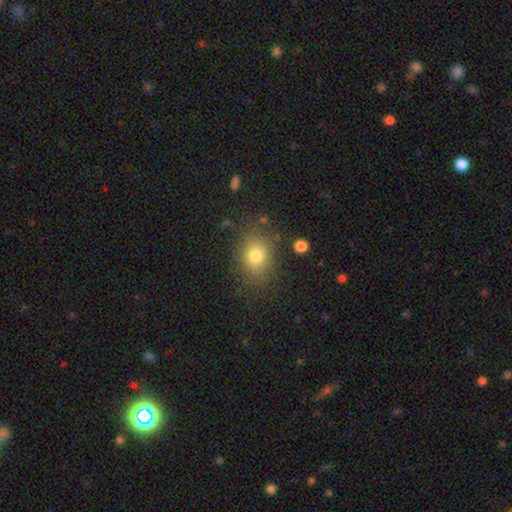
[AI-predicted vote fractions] Smooth or featured?
  - smooth: 77% *
  - star or artifact: 13%
  - featured or disk: 10%
How rounded?
  - in between: 53% *
  - round: 46%
  - cigar-shaped: 1%
Merging?
  - none: 78% *
  - minor disturbance: 14%
  - major disturbance: 6%
  - merger: 2%